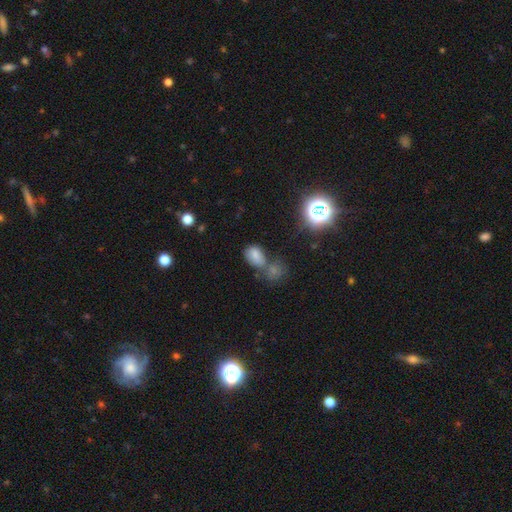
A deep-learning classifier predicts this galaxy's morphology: Smooth or featured?
  - smooth: 70% *
  - star or artifact: 20%
  - featured or disk: 10%
How rounded?
  - in between: 83% *
  - round: 15%
  - cigar-shaped: 2%
Merging?
  - none: 42% *
  - merger: 37%
  - minor disturbance: 14%
  - major disturbance: 7%